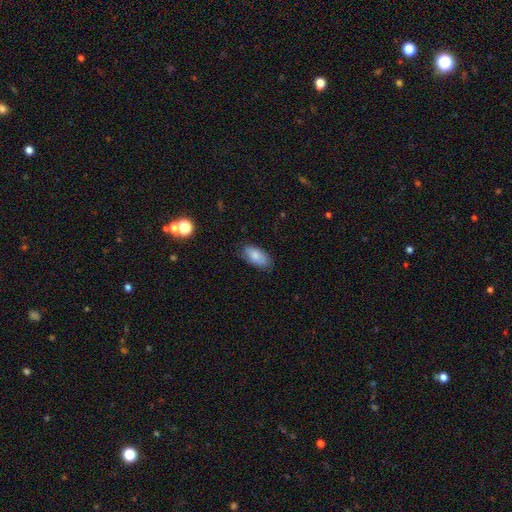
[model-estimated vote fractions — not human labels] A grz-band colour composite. It shows a smooth galaxy with no disk features (80%) that is in between round and cigar-shaped (90%). Merging: none (77%).